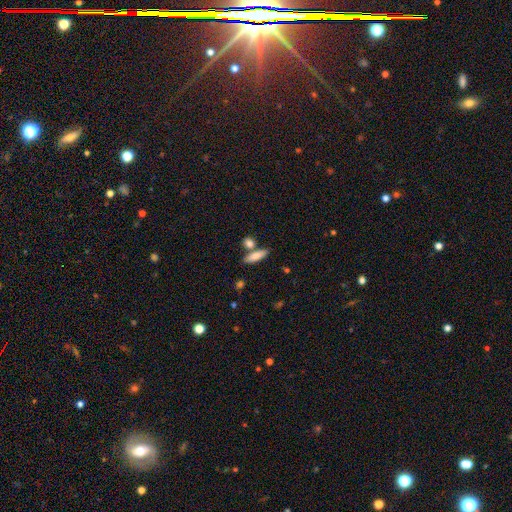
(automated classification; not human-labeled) Overall: smooth (79%). How rounded: cigar-shaped (52%; in between 44%). Merging: none (68%).